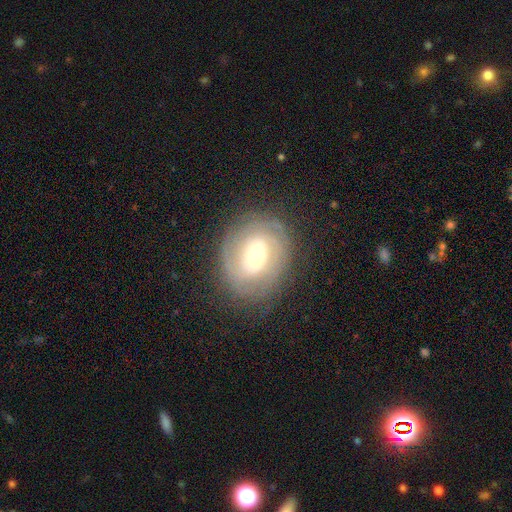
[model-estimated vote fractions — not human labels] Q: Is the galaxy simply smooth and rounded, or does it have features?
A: featured or disk — 72%.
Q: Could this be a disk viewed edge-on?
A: no — 96%.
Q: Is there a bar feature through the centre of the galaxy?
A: weak — 44%.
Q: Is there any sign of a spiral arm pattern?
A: yes — 86%.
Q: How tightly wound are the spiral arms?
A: tight — 67%.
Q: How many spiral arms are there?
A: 2 — 39%.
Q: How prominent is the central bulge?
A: moderate — 56%.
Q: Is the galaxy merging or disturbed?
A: none — 78%.